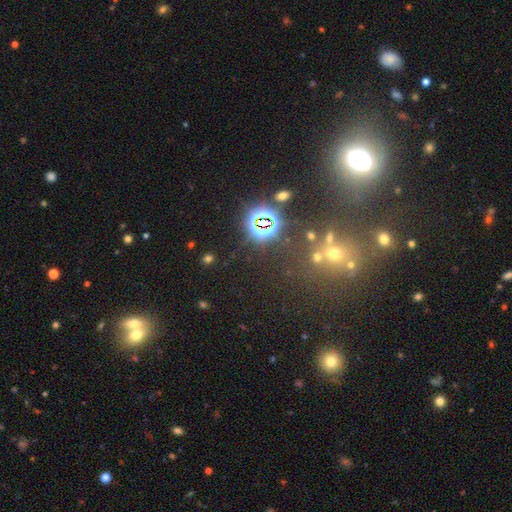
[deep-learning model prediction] Smooth or featured: star or artifact — 67% (smooth — 23%)